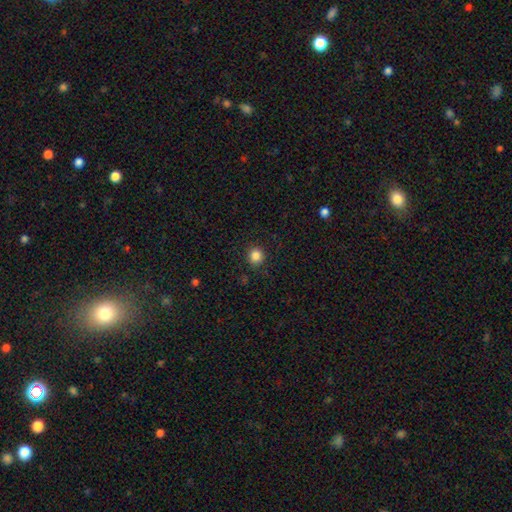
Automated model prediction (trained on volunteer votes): smooth 85%, star or artifact 11%, featured or disk 4%. Down the decision tree: how rounded — round (91%); merging — none (90%).